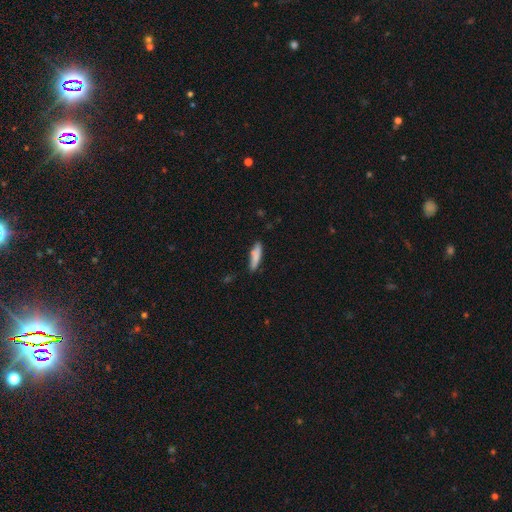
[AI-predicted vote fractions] A smooth galaxy with no disk features (80%) that is cigar-shaped (77%).

Vote fractions:
- Smooth or featured? smooth: 80% / featured or disk: 14% / star or artifact: 6%
- How rounded? cigar-shaped: 77% / in between: 22% / round: 2%
- Merging? none: 75% / minor disturbance: 18% / merger: 4% / major disturbance: 3%